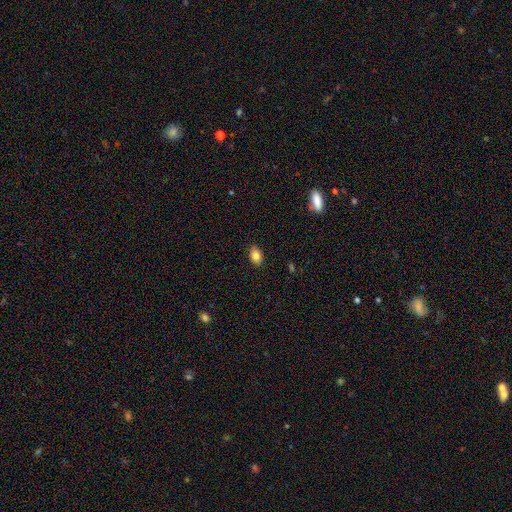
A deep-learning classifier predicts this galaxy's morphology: Smooth or featured: smooth — 84% (star or artifact — 9%)
How rounded: in between — 86% (round — 12%)
Merging: none — 88% (minor disturbance — 9%)